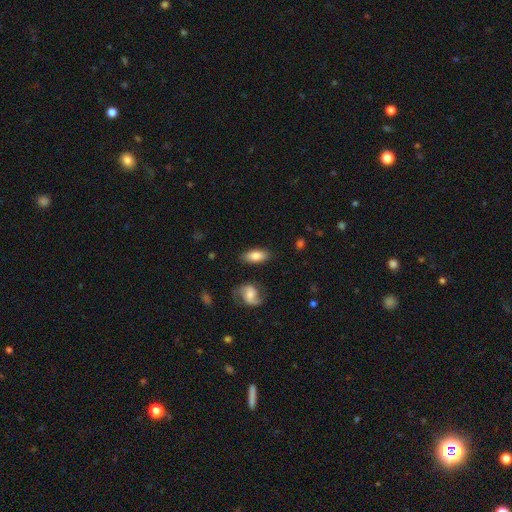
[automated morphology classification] The model was most divided on "smooth or featured": smooth: 78%, featured or disk: 16%, star or artifact: 6%. More confident: how rounded — in between (87%); merging — none (82%).